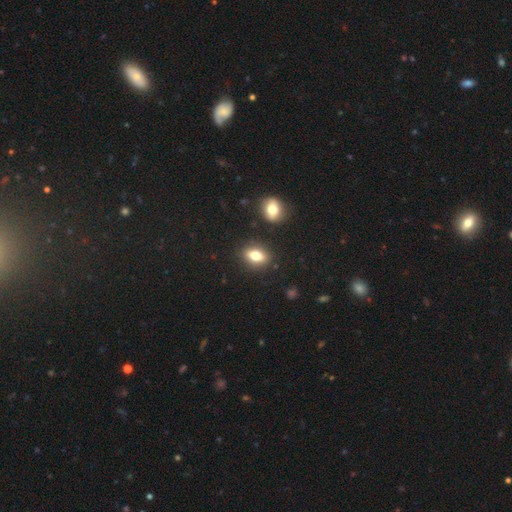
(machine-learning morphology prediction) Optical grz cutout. It shows a smooth galaxy with no disk features (76%) that is in between round and cigar-shaped (75%). Merging: none (85%).